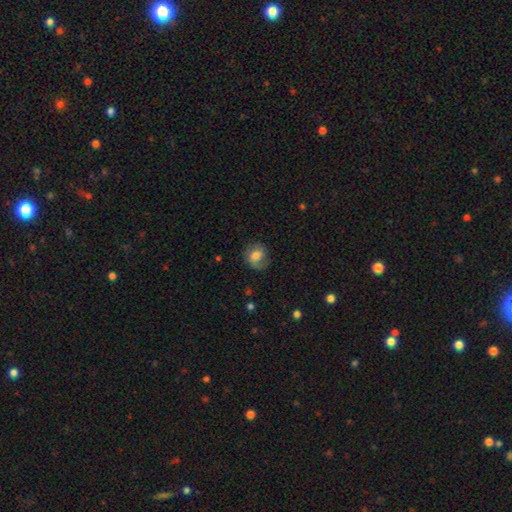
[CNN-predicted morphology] smooth_or_featured: smooth (p=0.60) [alt: featured or disk p=0.32]
how_rounded: round (p=0.68) [alt: in between p=0.31]
merging: none (p=0.66) [alt: minor disturbance p=0.22]